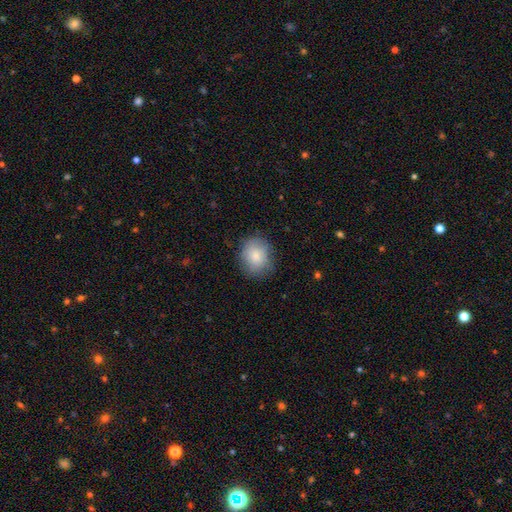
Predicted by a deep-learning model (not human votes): A smooth galaxy with no disk features (81%) that is round (64%). Merging: none (74%).